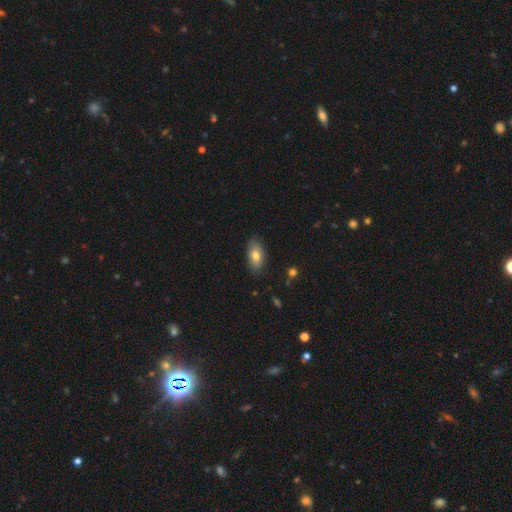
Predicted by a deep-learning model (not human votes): Overall: smooth (75%). How rounded: in between (91%). Merging: none (85%).